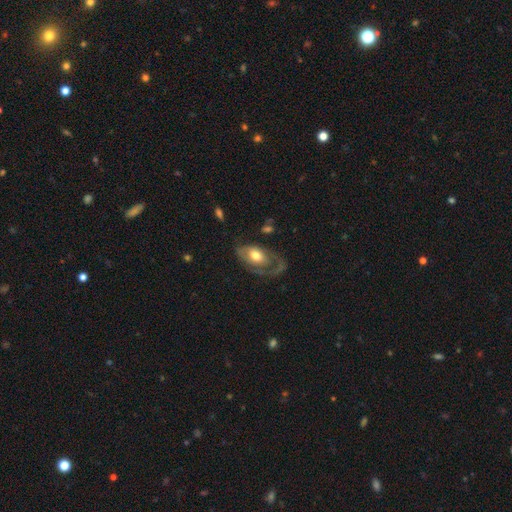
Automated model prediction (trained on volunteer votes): The model was most divided on "merging" (2-way tie): none: 37%, major disturbance: 37%, minor disturbance: 23%, merger: 3%. More confident: edge-on disk — no (92%); bar — no (77%); bulge size — moderate (67%); smooth or featured — featured or disk (55%); spiral arms — yes (51%).